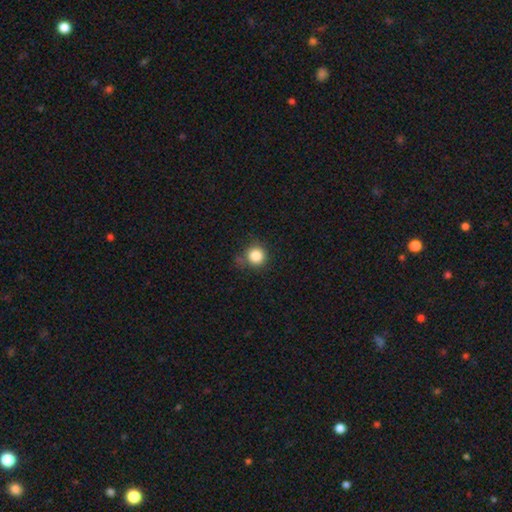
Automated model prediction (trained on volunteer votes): Smooth or featured? Predicted: smooth (p=0.84). How rounded? Predicted: round (p=0.93). Merging? Predicted: none (p=0.75).